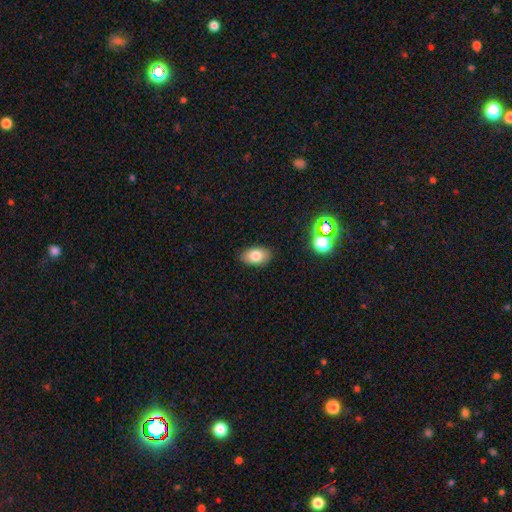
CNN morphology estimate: Smooth or featured? smooth (80%)
How rounded? in between (90%)
Merging? none (87%)